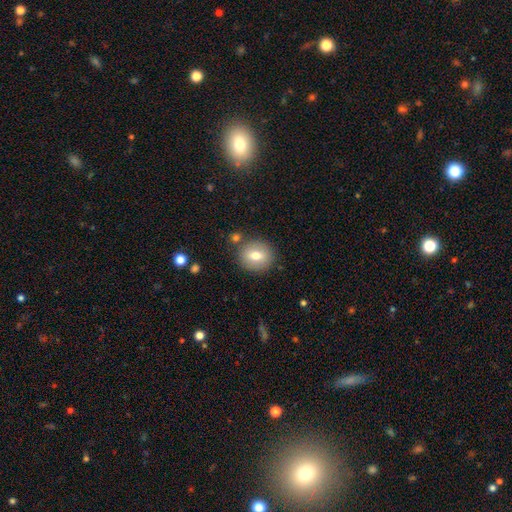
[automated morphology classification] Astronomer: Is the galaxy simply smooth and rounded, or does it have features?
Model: smooth — 70%.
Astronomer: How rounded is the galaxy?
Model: round — 77%.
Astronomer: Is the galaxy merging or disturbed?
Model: none — 81%.